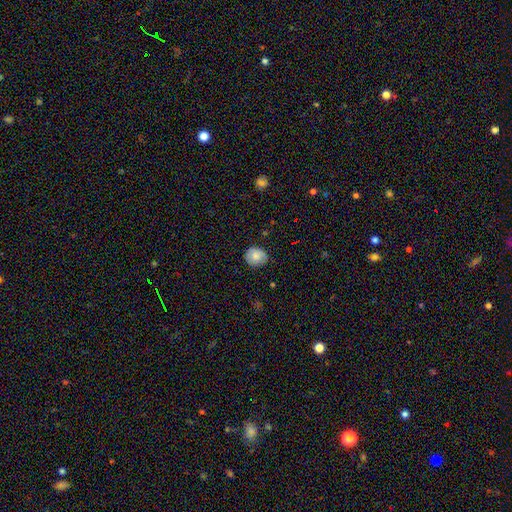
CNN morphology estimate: Smooth or featured? Predicted: smooth (p=0.78). How rounded? Predicted: round (p=0.74). Merging? Predicted: none (p=0.77).